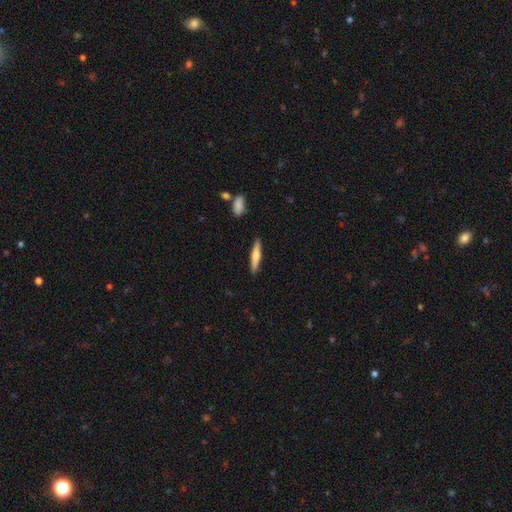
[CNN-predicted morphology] A smooth galaxy with no disk features (62%) that is cigar-shaped (88%). Merging: none (89%).